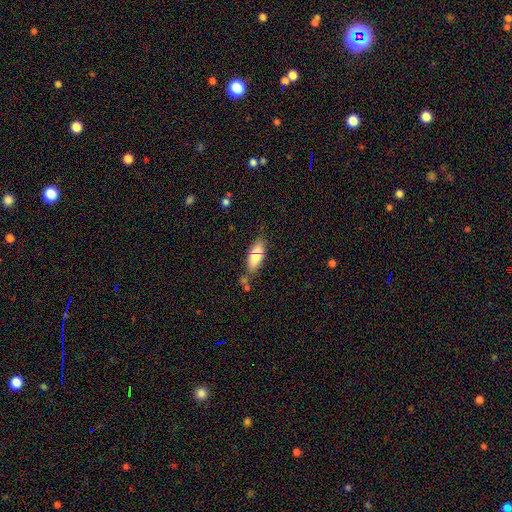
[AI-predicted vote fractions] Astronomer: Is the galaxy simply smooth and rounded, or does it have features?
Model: smooth — 74%.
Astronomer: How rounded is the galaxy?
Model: in between — 69%.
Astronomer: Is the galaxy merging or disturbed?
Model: none — 69%.